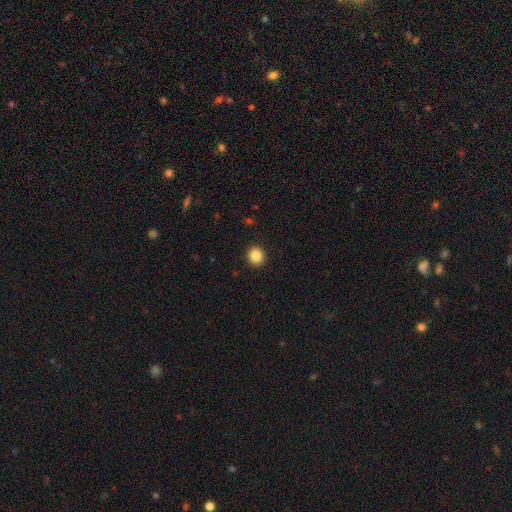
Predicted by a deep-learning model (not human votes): Overall: smooth (86%). How rounded: round (88%). Merging: none (92%).